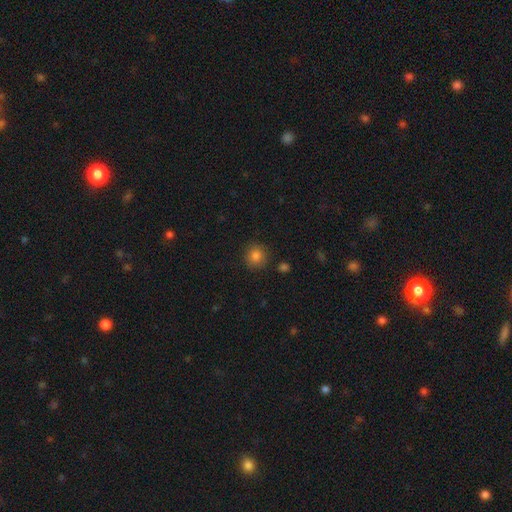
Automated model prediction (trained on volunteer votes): smooth_or_featured: smooth (p=0.83) [alt: star or artifact p=0.11]
how_rounded: round (p=0.91) [alt: in between p=0.08]
merging: none (p=0.87) [alt: minor disturbance p=0.08]